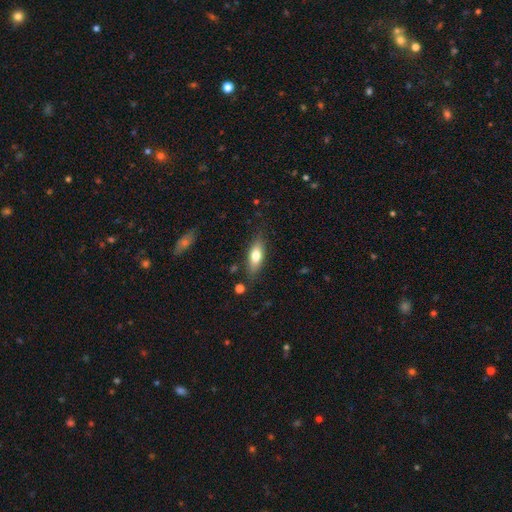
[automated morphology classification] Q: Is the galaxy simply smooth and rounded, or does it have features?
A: smooth — 70%.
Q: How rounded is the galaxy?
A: in between — 68%.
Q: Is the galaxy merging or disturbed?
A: none — 81%.